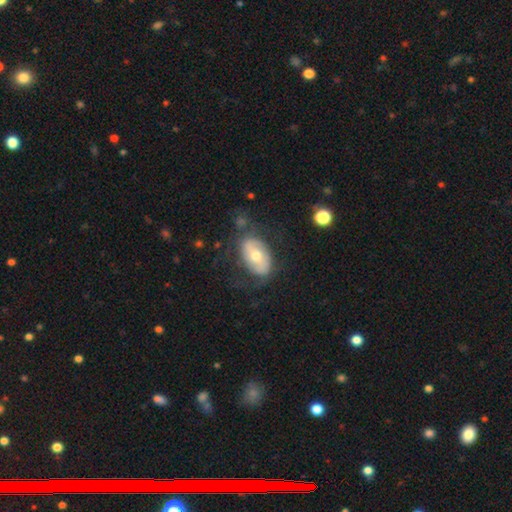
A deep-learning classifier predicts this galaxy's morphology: smooth-or-featured: featured or disk: 53% | smooth: 40% | star or artifact: 7%
  disk-edge-on: no: 92% | yes: 8%
  merging: none: 64% | minor disturbance: 20% | major disturbance: 13% | merger: 3%